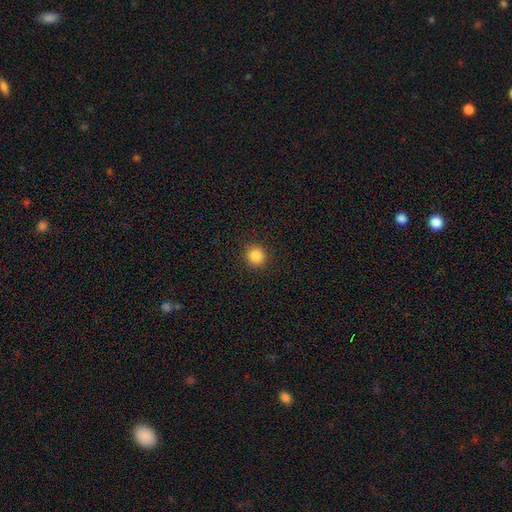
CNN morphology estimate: A smooth galaxy with no disk features (85%) that is round (90%). Merging: none (91%).